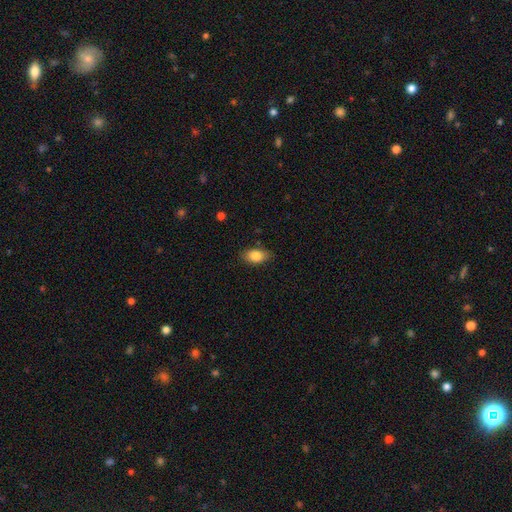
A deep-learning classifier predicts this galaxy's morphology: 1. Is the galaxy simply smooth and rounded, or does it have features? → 84% smooth, 8% featured or disk, 7% star or artifact.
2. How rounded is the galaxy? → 89% in between, 8% round, 3% cigar-shaped.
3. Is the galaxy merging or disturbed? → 83% none, 13% minor disturbance, 3% major disturbance, 1% merger.